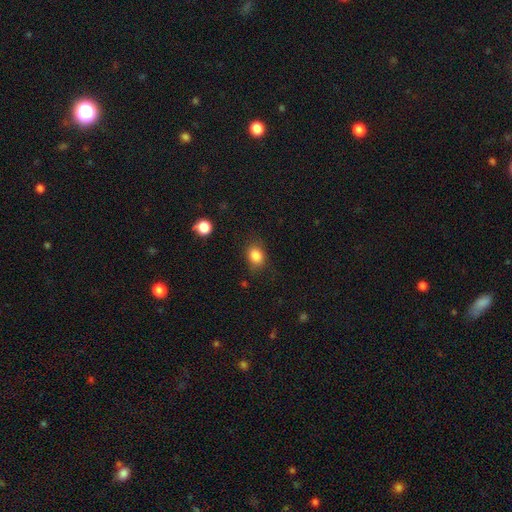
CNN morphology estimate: smooth-or-featured: smooth: 85% | star or artifact: 10% | featured or disk: 5%
  how-rounded: in between: 56% | round: 42% | cigar-shaped: 1%
  merging: none: 75% | minor disturbance: 18% | major disturbance: 5% | merger: 2%